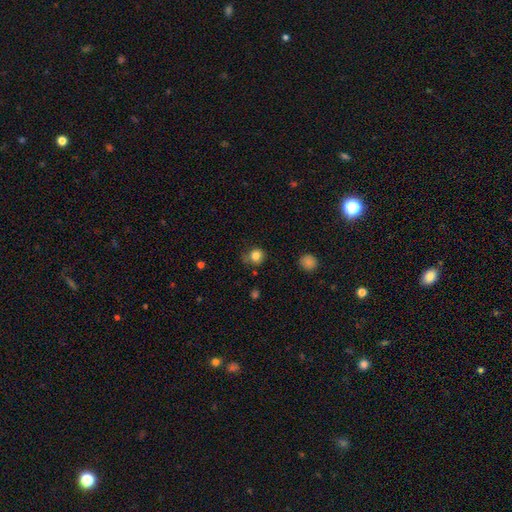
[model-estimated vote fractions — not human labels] The model was most divided on "merging": none: 63%, minor disturbance: 25%, major disturbance: 8%, merger: 3%. More confident: how rounded — round (85%); smooth or featured — smooth (82%).